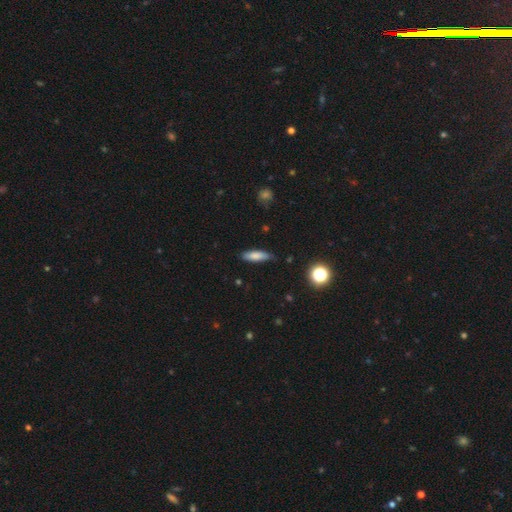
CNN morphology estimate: A smooth galaxy with no disk features (79%) that is cigar-shaped (57%).

Vote fractions:
- Smooth or featured? smooth: 79% / featured or disk: 13% / star or artifact: 8%
- How rounded? cigar-shaped: 57% / in between: 41% / round: 2%
- Merging? none: 78% / minor disturbance: 18% / major disturbance: 3% / merger: 2%